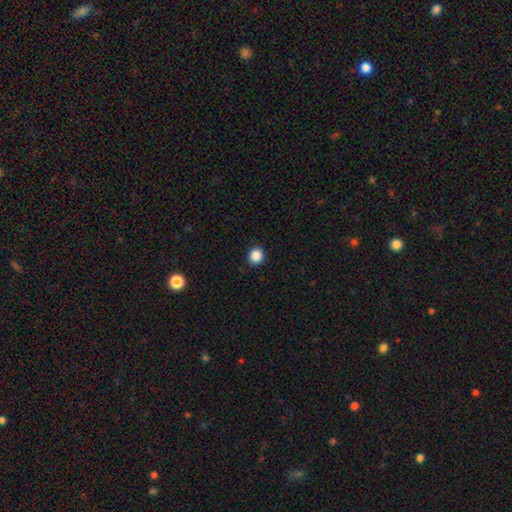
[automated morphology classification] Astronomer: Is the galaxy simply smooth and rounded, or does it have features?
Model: smooth — 87%.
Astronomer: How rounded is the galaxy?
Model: round — 93%.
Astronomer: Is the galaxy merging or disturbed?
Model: none — 92%.